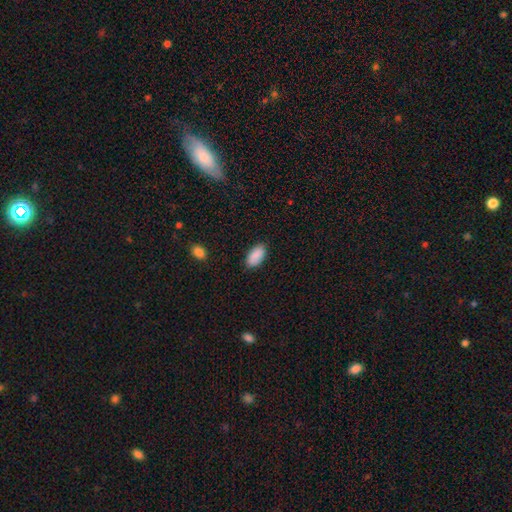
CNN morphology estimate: This is clearly a smooth galaxy (90%). How rounded: clearly in between (94%). Merging: clearly none (86%).